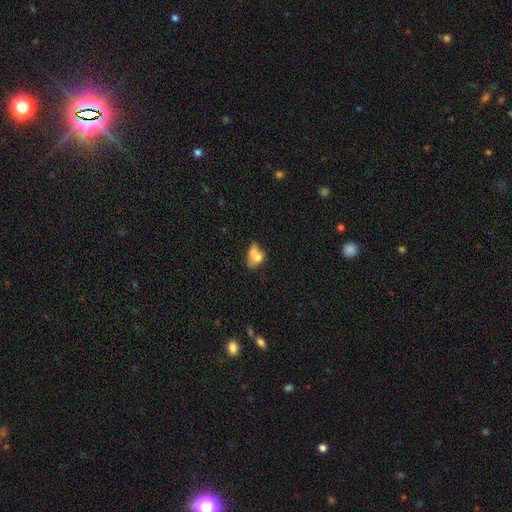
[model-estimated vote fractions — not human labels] A smooth galaxy with no disk features (62%) that is in between round and cigar-shaped (65%). Merging: merger (63%).